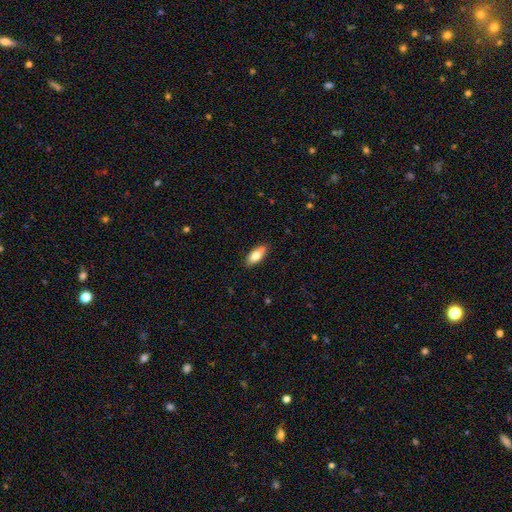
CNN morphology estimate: smooth_or_featured: smooth (p=0.76) [alt: featured or disk p=0.17]
how_rounded: in between (p=0.84) [alt: cigar-shaped p=0.13]
merging: none (p=0.86) [alt: minor disturbance p=0.11]